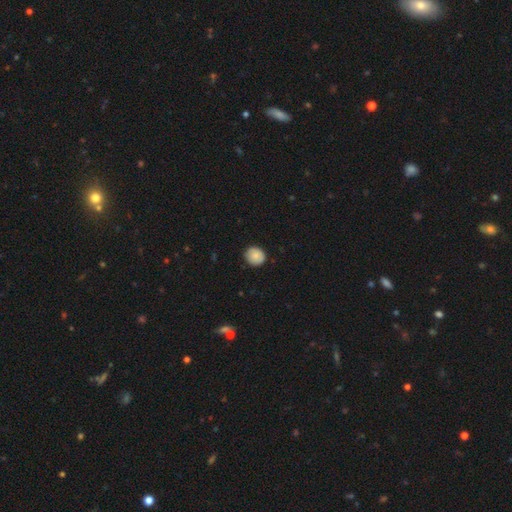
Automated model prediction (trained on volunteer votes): Smooth or featured: smooth — 86% (star or artifact — 7%)
How rounded: round — 84% (in between — 15%)
Merging: none — 86% (minor disturbance — 11%)